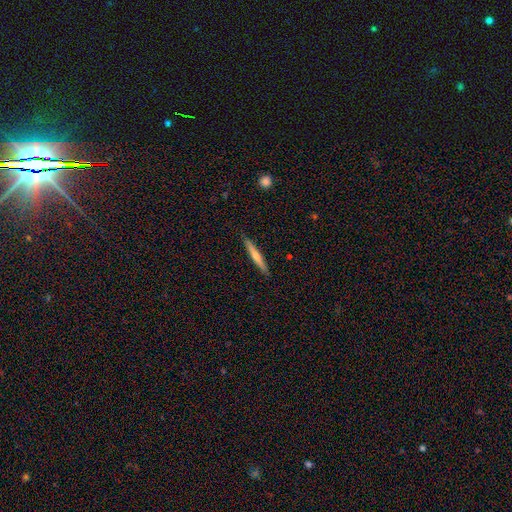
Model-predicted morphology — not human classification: The model was most divided on "smooth or featured": featured or disk: 56%, smooth: 37%, star or artifact: 6%. More confident: edge-on disk — yes (97%); merging — none (91%); edge-on bulge — rounded (76%).